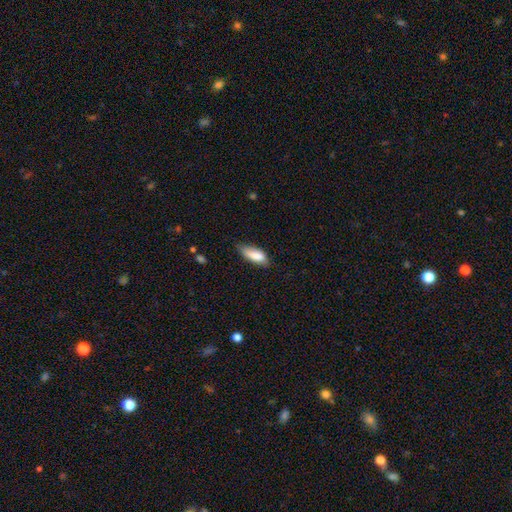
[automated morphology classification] Smooth or featured? Predicted: smooth (p=0.81). How rounded? Predicted: in between (p=0.70). Merging? Predicted: none (p=0.60).